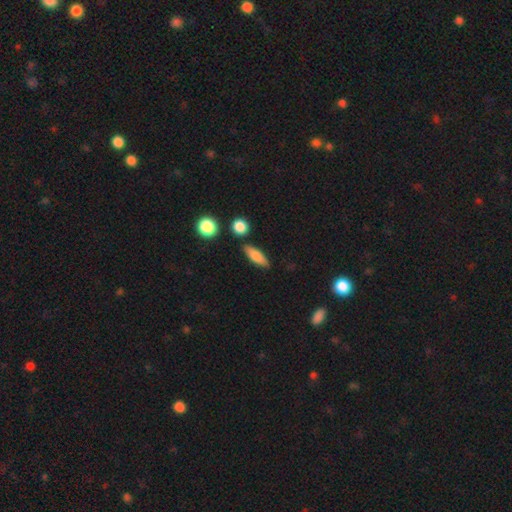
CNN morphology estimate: Smooth or featured? Predicted: smooth (p=0.77). How rounded? Predicted: in between (p=0.54). Merging? Predicted: none (p=0.82).